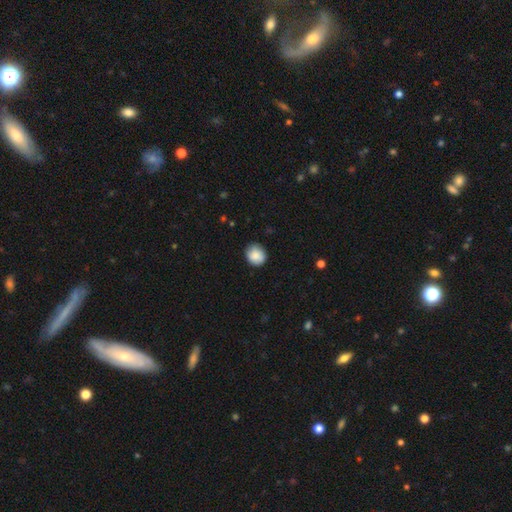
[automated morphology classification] A smooth galaxy with no disk features (86%) that is round (79%). Merging: none (83%).